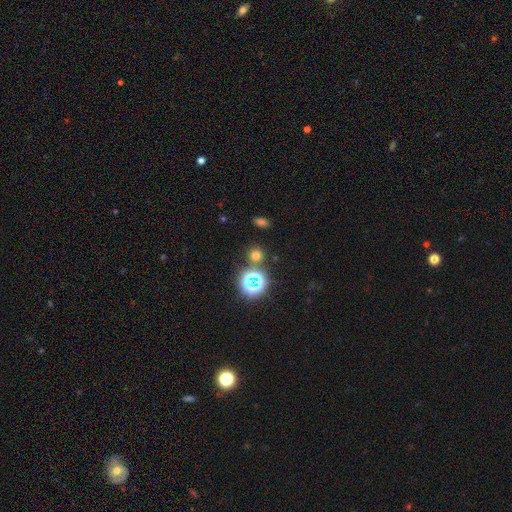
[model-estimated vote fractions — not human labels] A smooth galaxy with no disk features (63%) that is round (87%). Merging: none (82%).